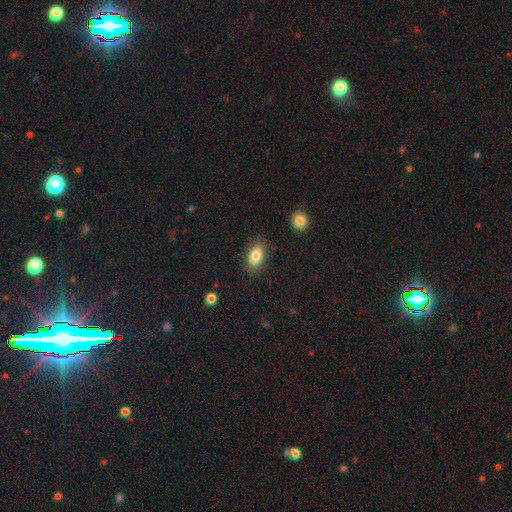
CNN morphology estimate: smooth_or_featured: smooth (p=0.84) [alt: featured or disk p=0.09]
how_rounded: in between (p=0.90) [alt: round p=0.07]
merging: none (p=0.85) [alt: minor disturbance p=0.11]